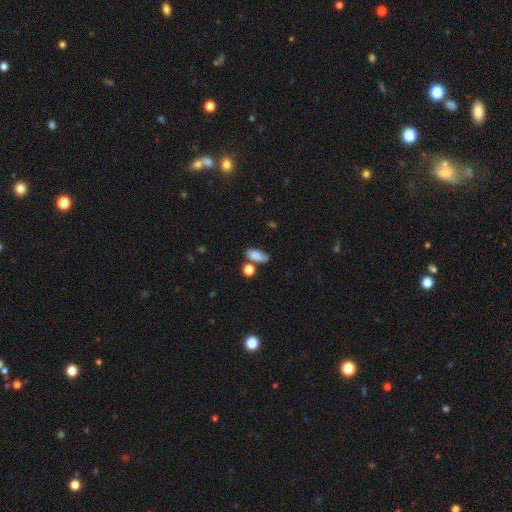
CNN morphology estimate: Smooth or featured?
  - smooth: 83% *
  - star or artifact: 9%
  - featured or disk: 8%
How rounded?
  - in between: 83% *
  - cigar-shaped: 10%
  - round: 7%
Merging?
  - none: 57% *
  - minor disturbance: 20%
  - merger: 17%
  - major disturbance: 6%